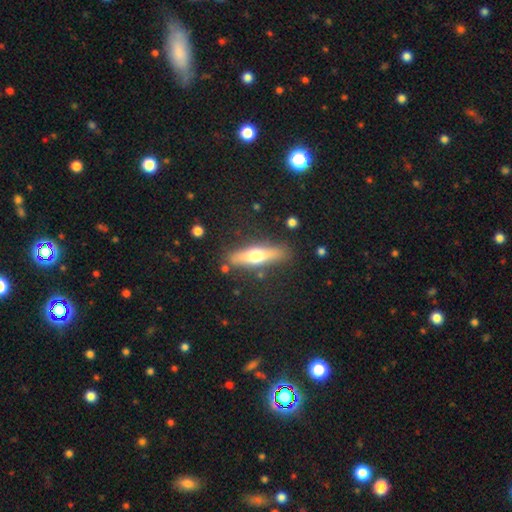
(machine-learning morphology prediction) Smooth or featured: smooth — 47% (tied with featured or disk — 47%)
Merging: none — 83% (minor disturbance — 11%)